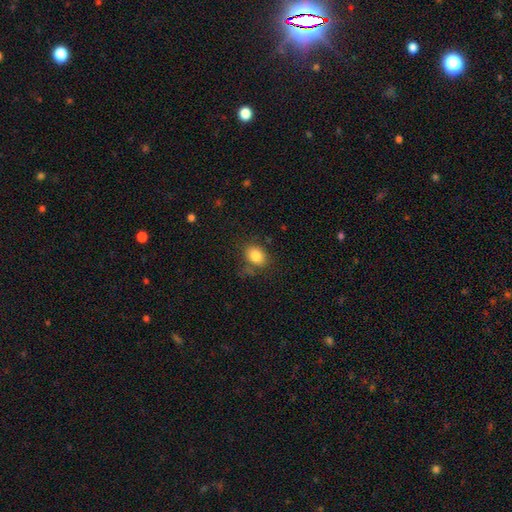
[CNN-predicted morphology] A smooth galaxy with no disk features (83%) that is in between round and cigar-shaped (63%).

Vote fractions:
- Smooth or featured? smooth: 83% / star or artifact: 10% / featured or disk: 7%
- How rounded? in between: 63% / round: 36% / cigar-shaped: 1%
- Merging? none: 71% / minor disturbance: 18% / major disturbance: 6% / merger: 5%